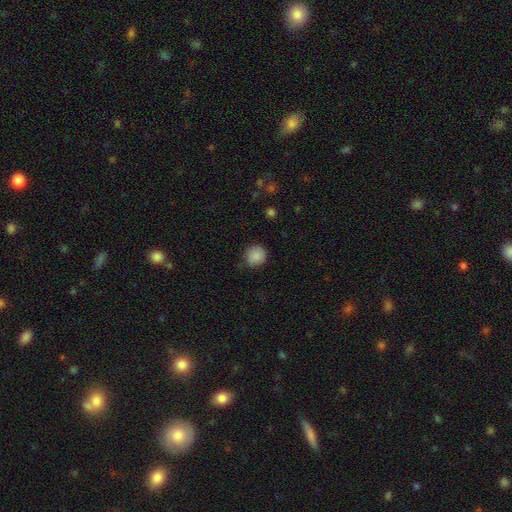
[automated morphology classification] Smooth or featured? Predicted: smooth (p=0.87). How rounded? Predicted: round (p=0.92). Merging? Predicted: none (p=0.81).